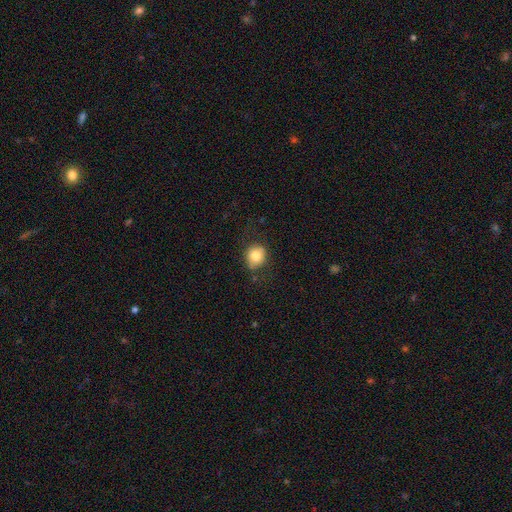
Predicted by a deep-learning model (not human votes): Smooth or featured: smooth — 80% (featured or disk — 10%)
How rounded: round — 76% (in between — 23%)
Merging: none — 73% (minor disturbance — 19%)